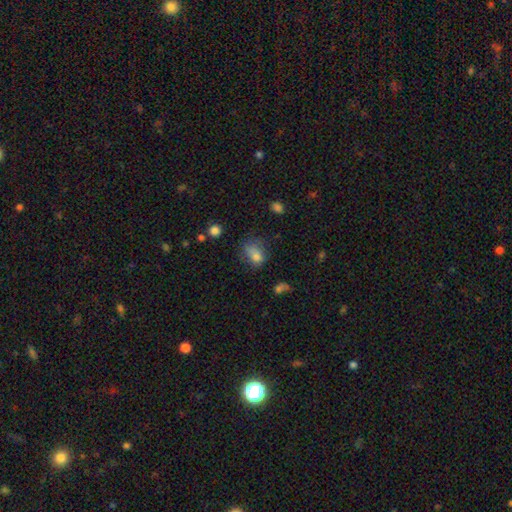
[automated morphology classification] Overall: smooth (76%). How rounded: in between (68%; round 30%). Merging: none (40%; minor disturbance 31%).